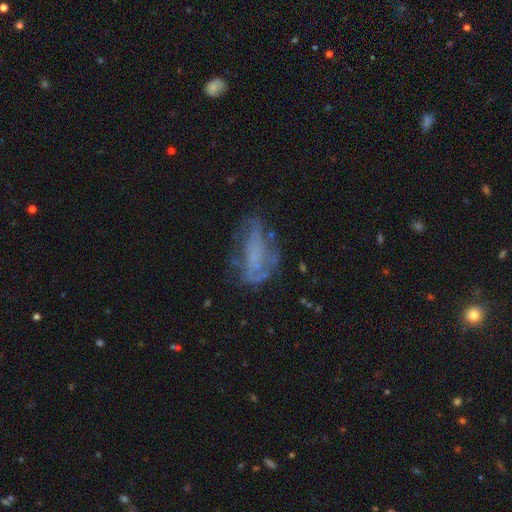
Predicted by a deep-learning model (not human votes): Overall: featured or disk (53%; smooth 32%). Edge-on disk: no (90%). Merging: none (43%; major disturbance 29%).